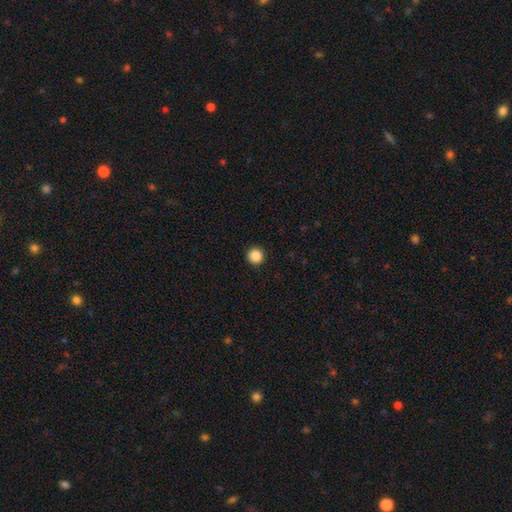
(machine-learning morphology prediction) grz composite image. It shows a smooth galaxy with no disk features (87%) that is round (97%). Merging: none (94%).